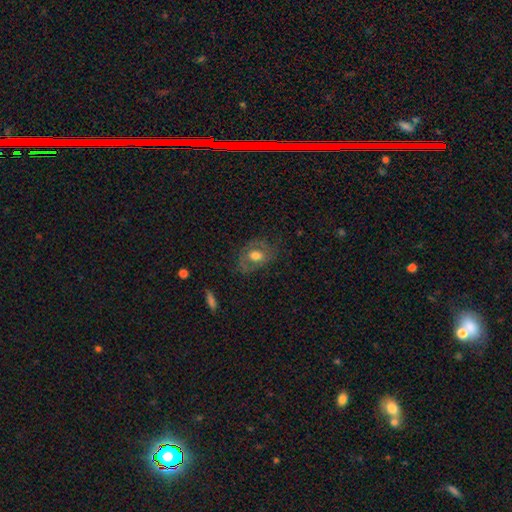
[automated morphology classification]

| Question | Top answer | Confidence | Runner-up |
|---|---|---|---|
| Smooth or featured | smooth | 47% | featured or disk (45%) |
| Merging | none | 63% | minor disturbance (22%) |